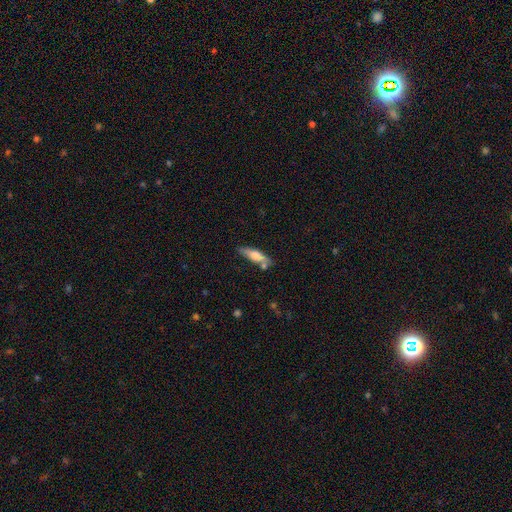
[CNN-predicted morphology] This is possibly a smooth galaxy (59%). How rounded: likely cigar-shaped (63%). Merging: likely none (71%).